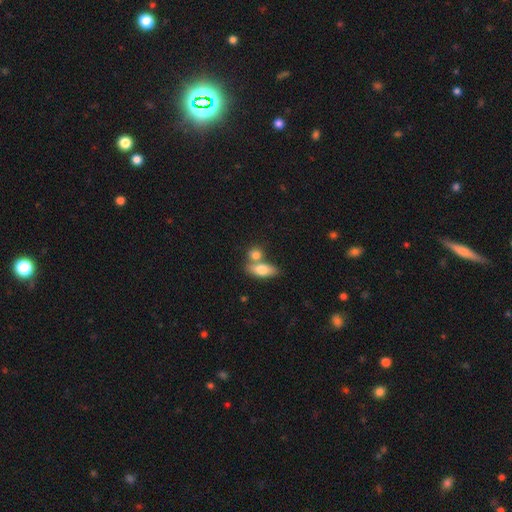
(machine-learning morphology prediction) A smooth galaxy with no disk features (60%) that is in between round and cigar-shaped (71%).

Vote fractions:
- Smooth or featured? smooth: 60% / featured or disk: 27% / star or artifact: 13%
- How rounded? in between: 71% / cigar-shaped: 18% / round: 11%
- Merging? none: 46% / merger: 41% / minor disturbance: 9% / major disturbance: 4%